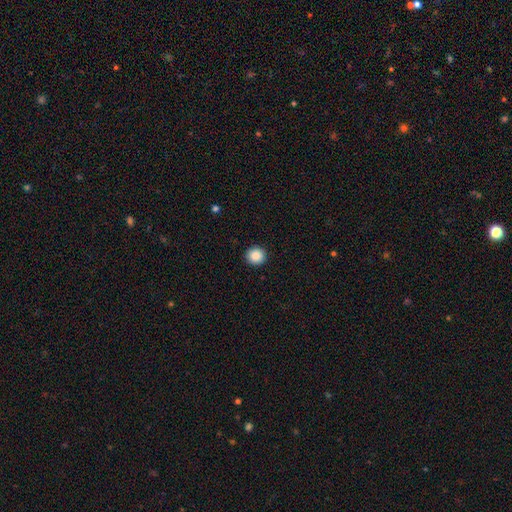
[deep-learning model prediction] Smooth or featured? Predicted: smooth (p=0.87). How rounded? Predicted: round (p=0.94). Merging? Predicted: none (p=0.93).